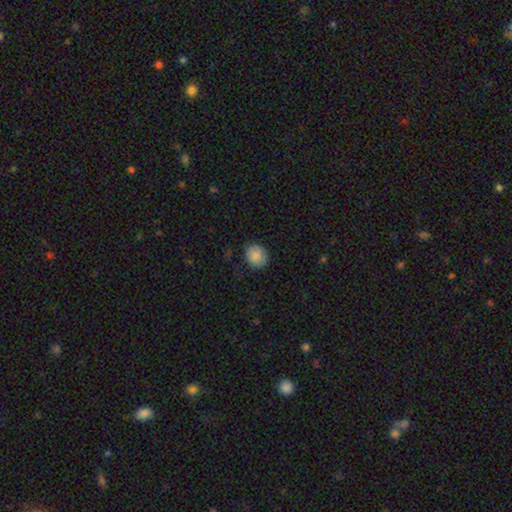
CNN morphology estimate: Smooth or featured? smooth (87%)
How rounded? round (65%)
Merging? none (82%)